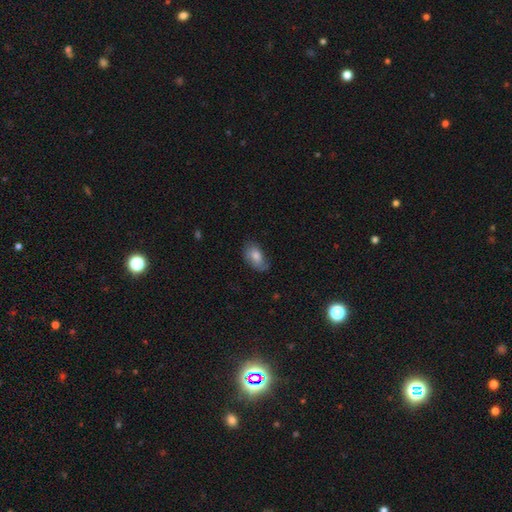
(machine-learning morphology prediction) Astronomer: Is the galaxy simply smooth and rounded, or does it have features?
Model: smooth — 67%.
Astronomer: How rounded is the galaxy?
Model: in between — 89%.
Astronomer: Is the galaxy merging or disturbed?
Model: none — 63%.